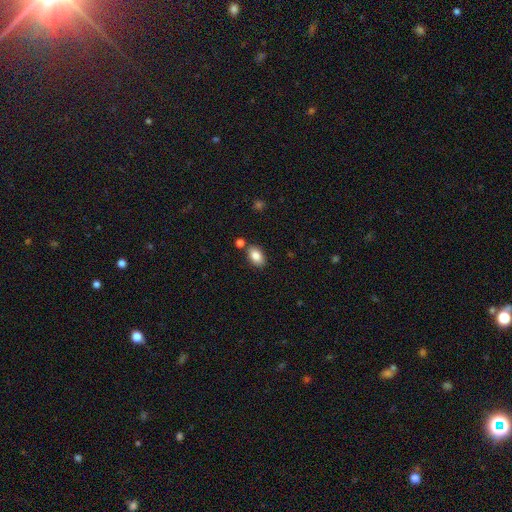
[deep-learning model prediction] Smooth or featured: smooth — 85% (star or artifact — 8%)
How rounded: in between — 90% (round — 8%)
Merging: none — 79% (minor disturbance — 11%)